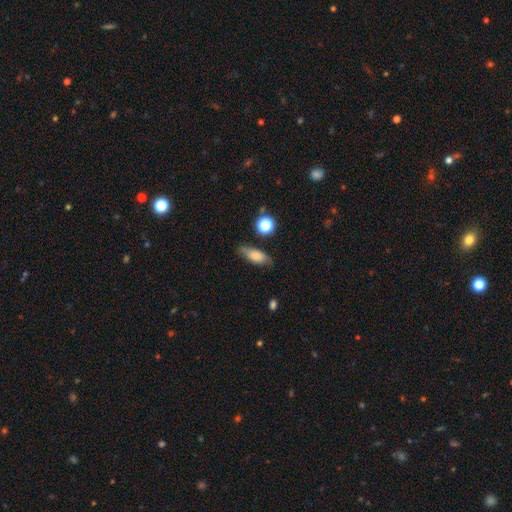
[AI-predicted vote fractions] A smooth galaxy with no disk features (74%) that is in between round and cigar-shaped (68%). Merging: none (73%).